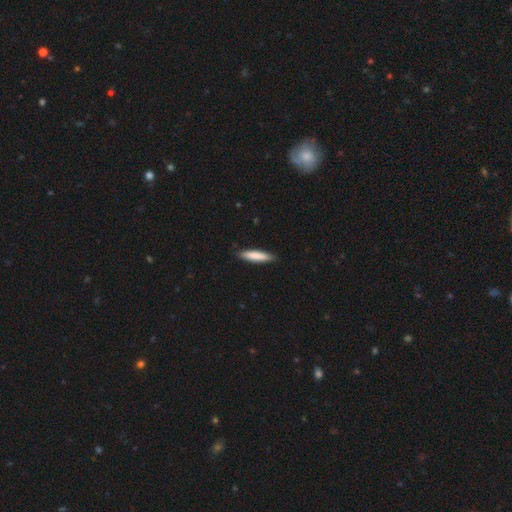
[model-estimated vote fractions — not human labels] This is clearly a smooth galaxy (82%). How rounded: clearly cigar-shaped (85%). Merging: clearly none (88%).